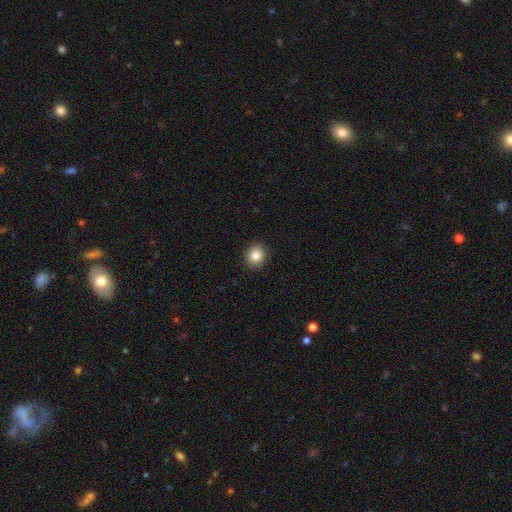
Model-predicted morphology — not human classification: A smooth galaxy with no disk features (84%) that is round (79%). Merging: none (90%).